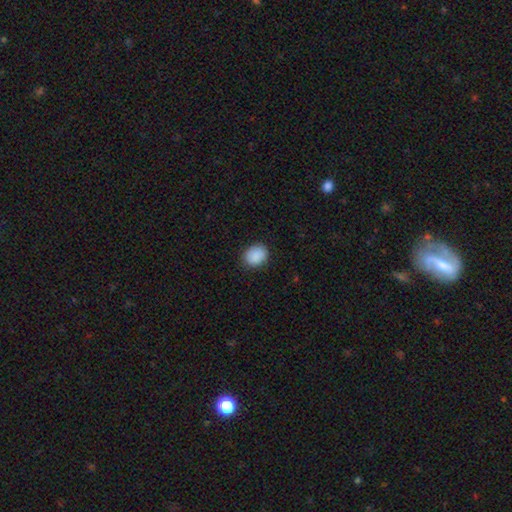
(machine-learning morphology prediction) smooth 90%, star or artifact 7%, featured or disk 3%. Down the decision tree: how rounded — round (56%); merging — none (87%).